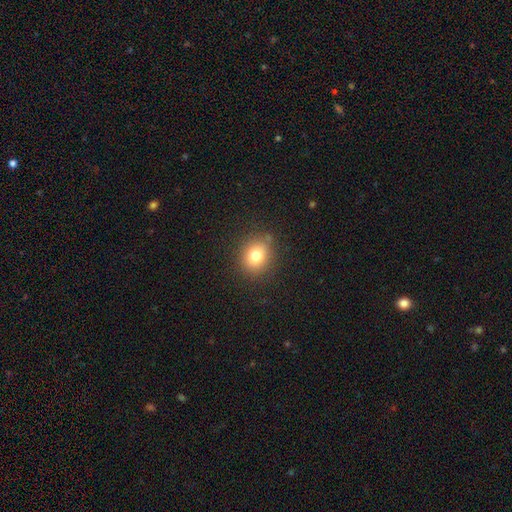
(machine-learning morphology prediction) This is likely a smooth galaxy (79%). How rounded: likely round (67%). Merging: clearly none (83%).